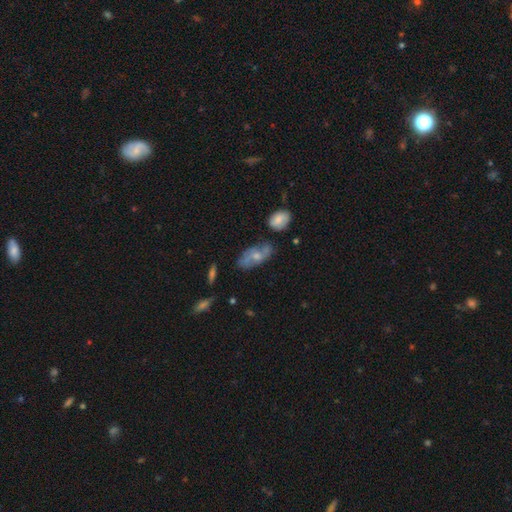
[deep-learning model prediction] Smooth or featured?
  - featured or disk: 46% *
  - smooth: 44%
  - star or artifact: 9%
Merging?
  - none: 54% *
  - minor disturbance: 25%
  - merger: 12%
  - major disturbance: 9%